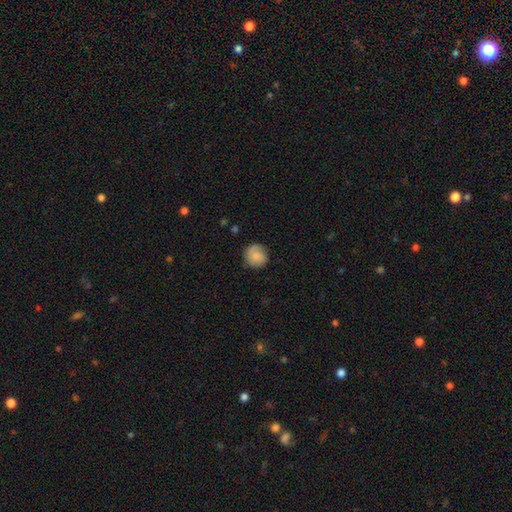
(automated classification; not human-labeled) This is likely a smooth galaxy (79%). How rounded: clearly round (86%). Merging: likely none (76%).